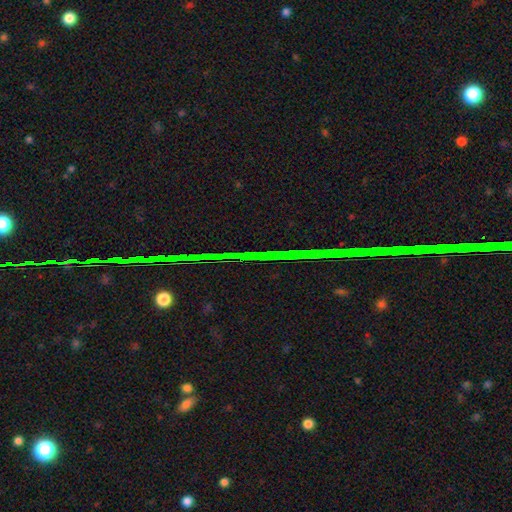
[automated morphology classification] Overall: star or artifact (86%).